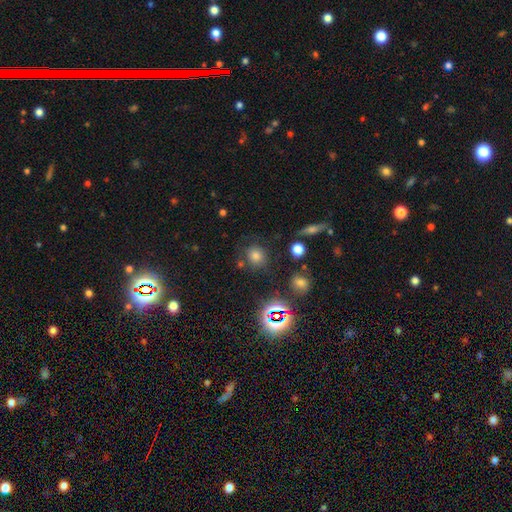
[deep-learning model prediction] This is likely a smooth galaxy (68%). How rounded: clearly round (80%). Merging: likely none (79%).